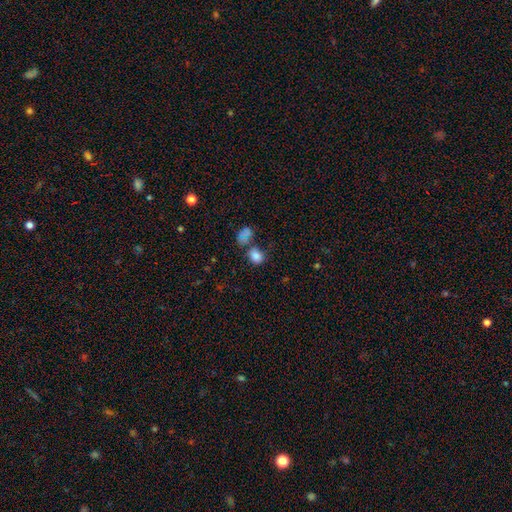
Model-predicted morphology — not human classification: Q: Smooth or featured?
A: smooth (83%); runner-up: star or artifact (11%)
Q: How rounded?
A: in between (58%); runner-up: round (41%)
Q: Merging?
A: none (51%); runner-up: merger (27%)